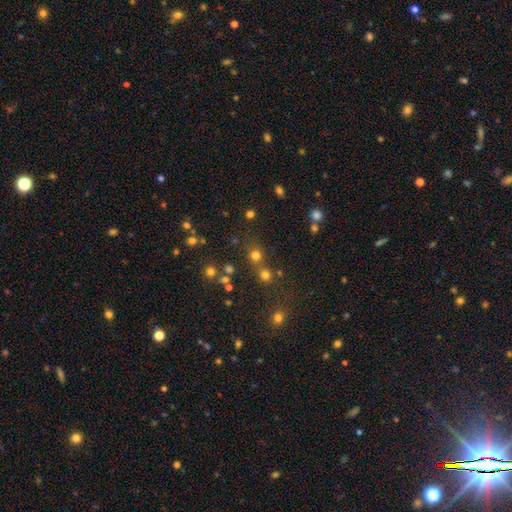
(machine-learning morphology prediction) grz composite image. It shows a smooth galaxy with no disk features (70%) that is round (89%). Merging: none (67%).